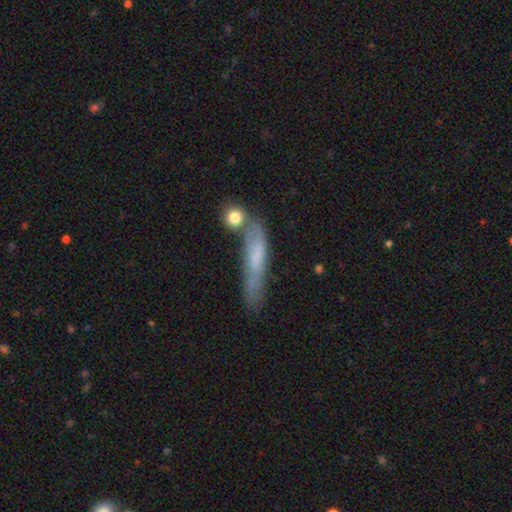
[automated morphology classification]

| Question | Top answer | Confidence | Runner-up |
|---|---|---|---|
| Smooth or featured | smooth | 55% | featured or disk (37%) |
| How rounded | cigar-shaped | 85% | in between (12%) |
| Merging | none | 49% | minor disturbance (23%) |